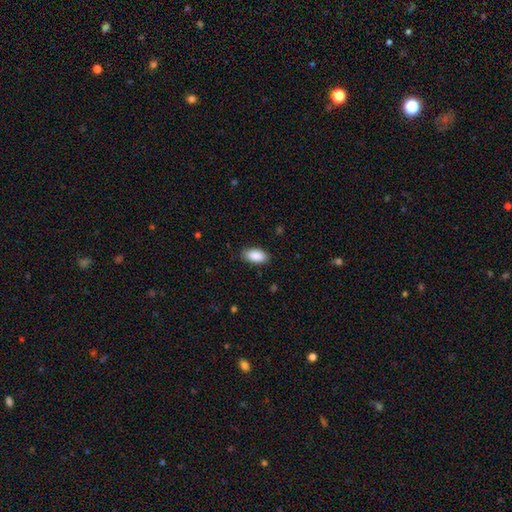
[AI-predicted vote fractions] smooth-or-featured: smooth: 90% | star or artifact: 6% | featured or disk: 4%
  how-rounded: in between: 94% | cigar-shaped: 4% | round: 3%
  merging: none: 85% | minor disturbance: 11% | major disturbance: 3% | merger: 1%